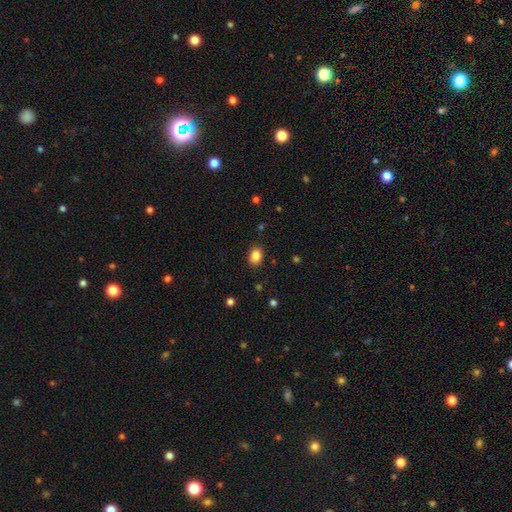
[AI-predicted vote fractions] Smooth or featured? Predicted: smooth (p=0.86). How rounded? Predicted: in between (p=0.67). Merging? Predicted: none (p=0.86).